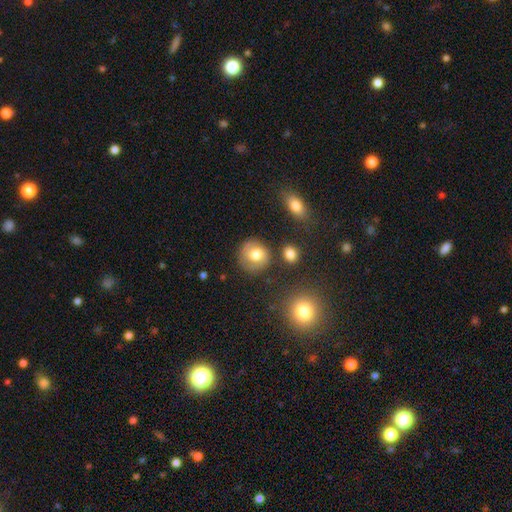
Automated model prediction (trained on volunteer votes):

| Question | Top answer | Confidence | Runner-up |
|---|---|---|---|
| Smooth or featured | smooth | 71% | featured or disk (20%) |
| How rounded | round | 85% | in between (14%) |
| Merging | none | 76% | minor disturbance (15%) |